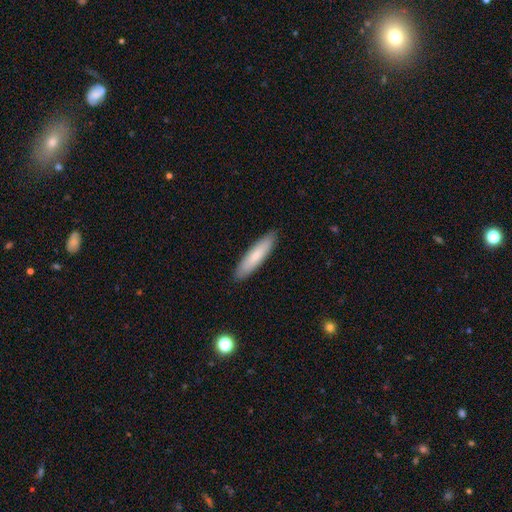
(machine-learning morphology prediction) smooth 76%, featured or disk 19%, star or artifact 5%. Down the decision tree: how rounded — cigar-shaped (77%); merging — none (89%).